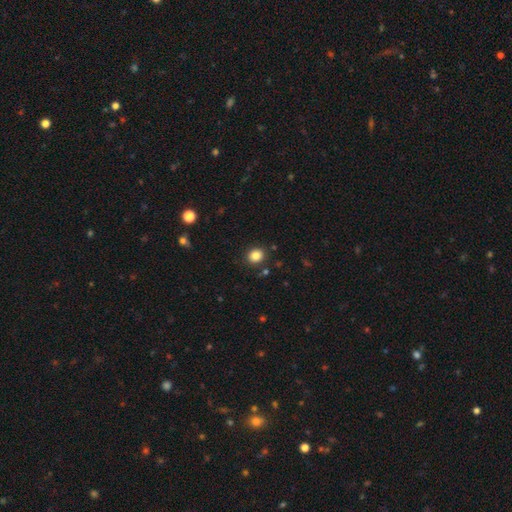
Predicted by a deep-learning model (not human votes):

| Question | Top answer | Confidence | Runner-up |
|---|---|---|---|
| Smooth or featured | smooth | 85% | star or artifact (11%) |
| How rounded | round | 74% | in between (25%) |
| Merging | none | 89% | minor disturbance (7%) |